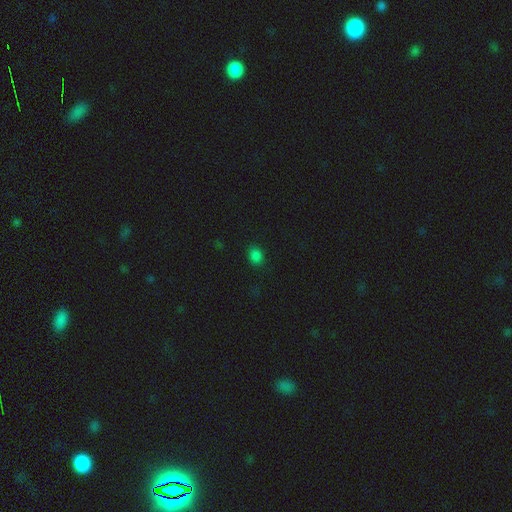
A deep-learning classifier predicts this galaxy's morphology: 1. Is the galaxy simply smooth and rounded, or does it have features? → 81% smooth, 16% star or artifact, 3% featured or disk.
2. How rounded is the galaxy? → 55% in between, 44% round, 1% cigar-shaped.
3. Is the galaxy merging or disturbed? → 86% none, 10% minor disturbance, 3% major disturbance, 1% merger.